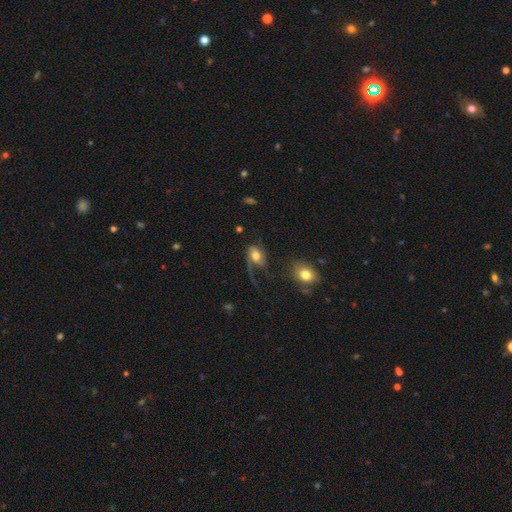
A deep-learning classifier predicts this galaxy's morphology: featured or disk 58%, smooth 34%, star or artifact 8%. Down the decision tree: edge-on disk — no (96%); bar — no (61%); spiral arms — yes (85%); bulge size — moderate (62%); merging — major disturbance (42%).